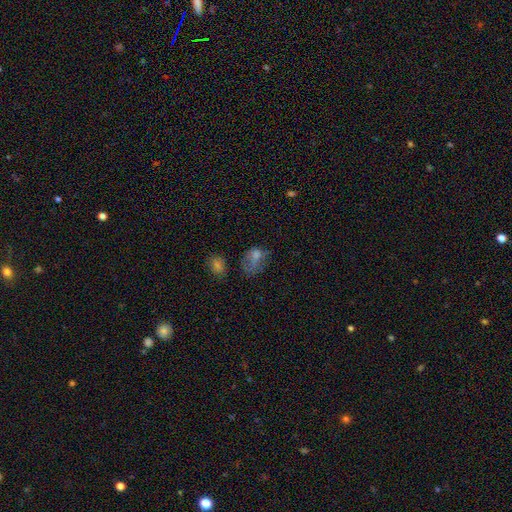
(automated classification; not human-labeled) Morphology: type=smooth (52%); roundness=in between (73%); merging=major disturbance (35%).